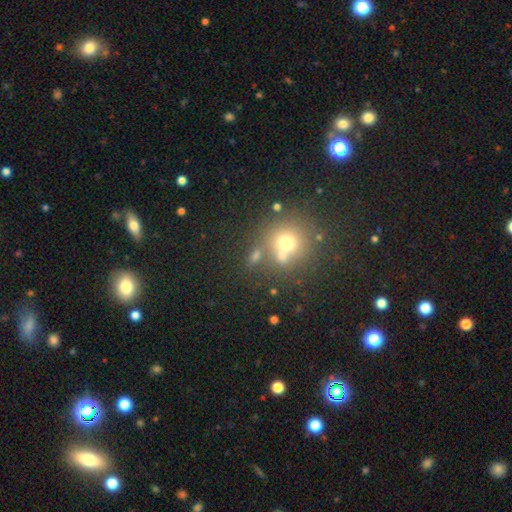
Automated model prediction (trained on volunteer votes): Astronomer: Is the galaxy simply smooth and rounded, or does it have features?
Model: smooth — 63%.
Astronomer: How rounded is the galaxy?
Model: round — 82%.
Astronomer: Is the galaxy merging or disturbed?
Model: none — 56%.